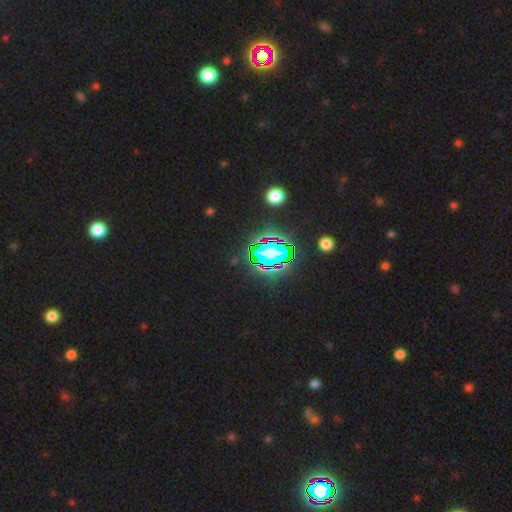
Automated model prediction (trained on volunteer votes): A star or artifact, not a galaxy (79%).

Vote fractions:
- Smooth or featured? star or artifact: 79% / smooth: 14% / featured or disk: 8%